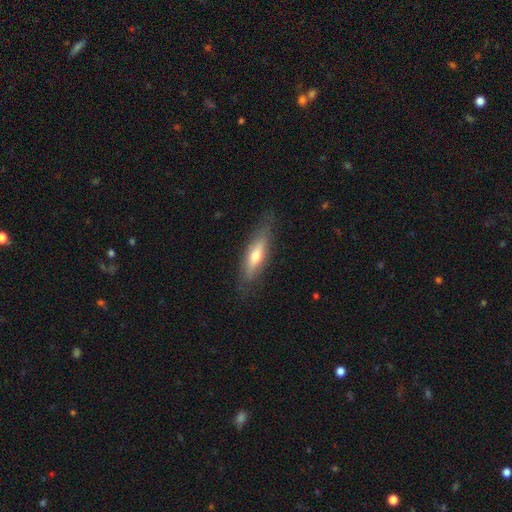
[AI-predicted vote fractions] Q: Smooth or featured?
A: smooth (50%); runner-up: featured or disk (44%)
Q: How rounded?
A: cigar-shaped (66%); runner-up: in between (32%)
Q: Merging?
A: none (81%); runner-up: minor disturbance (14%)